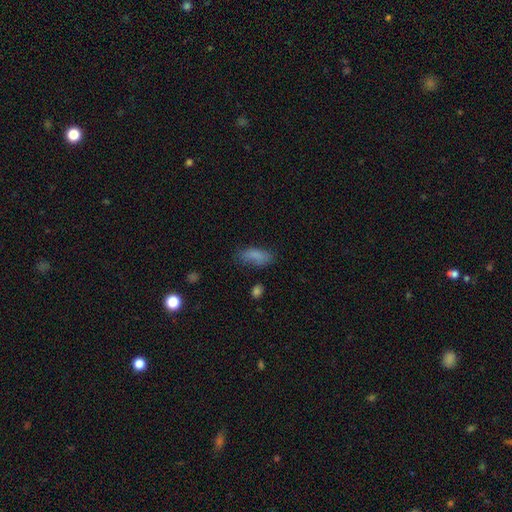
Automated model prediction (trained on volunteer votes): A smooth galaxy with no disk features (81%) that is in between round and cigar-shaped (81%). Merging: none (62%).